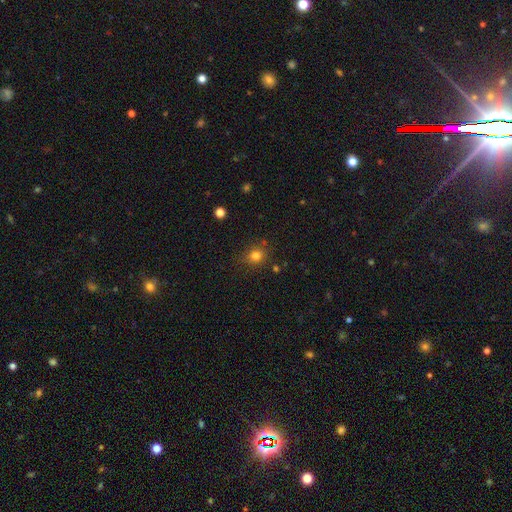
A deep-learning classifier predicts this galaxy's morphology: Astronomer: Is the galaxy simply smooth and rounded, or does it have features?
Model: smooth — 79%.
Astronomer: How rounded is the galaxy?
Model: round — 75%.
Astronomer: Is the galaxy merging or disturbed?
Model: none — 81%.